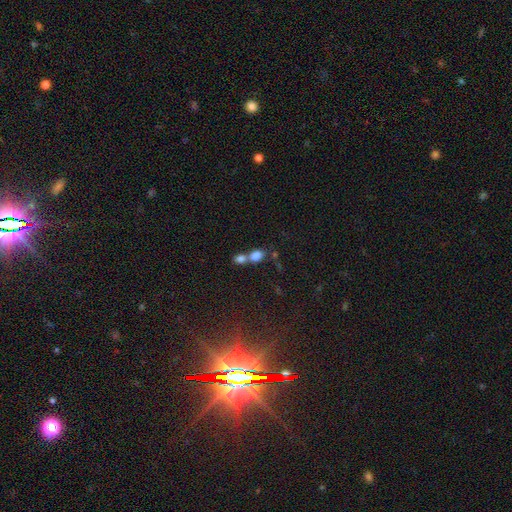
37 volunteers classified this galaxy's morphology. smooth 92%, star or artifact 5%, featured or disk 3%. Down the decision tree: how rounded — in between (68%); merging — merger (60%).